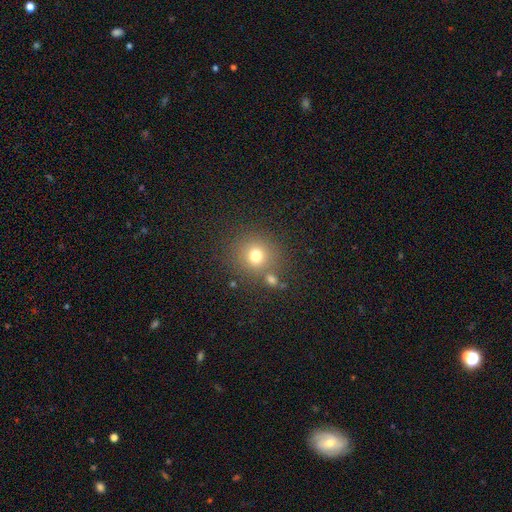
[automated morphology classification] Smooth or featured? smooth (74%)
How rounded? round (90%)
Merging? none (76%)